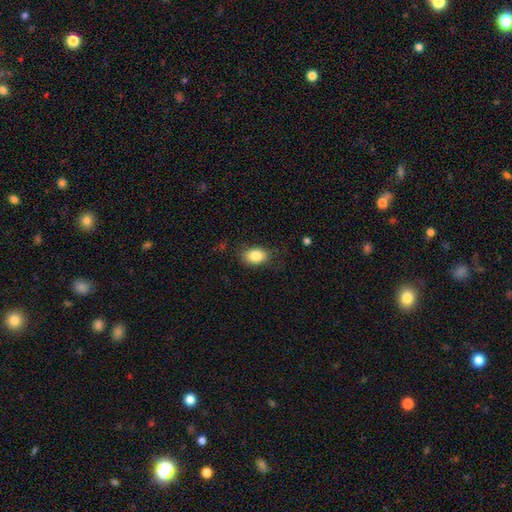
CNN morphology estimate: This is clearly a smooth galaxy (85%). How rounded: likely in between (79%). Merging: likely none (79%).